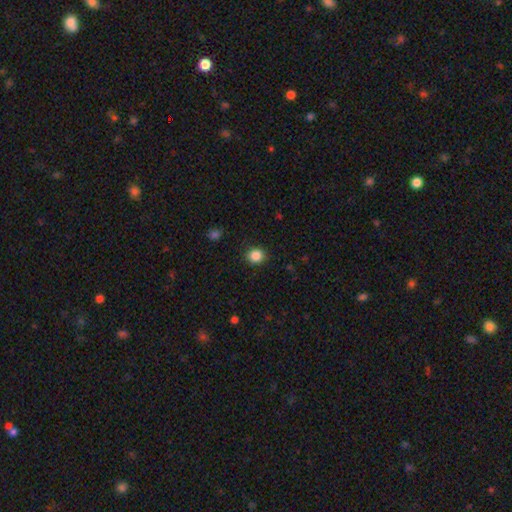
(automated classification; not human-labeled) A smooth galaxy with no disk features (86%) that is round (81%).

Vote fractions:
- Smooth or featured? smooth: 86% / star or artifact: 10% / featured or disk: 4%
- How rounded? round: 81% / in between: 18% / cigar-shaped: 1%
- Merging? none: 89% / minor disturbance: 7% / major disturbance: 2% / merger: 1%